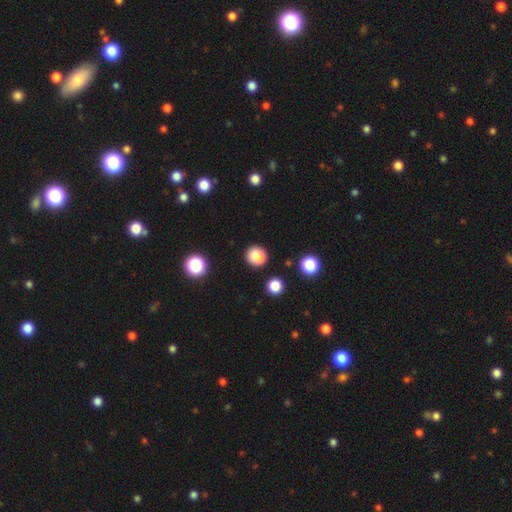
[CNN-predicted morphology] Smooth or featured?
  - smooth: 84% *
  - star or artifact: 11%
  - featured or disk: 5%
How rounded?
  - round: 86% *
  - in between: 13%
  - cigar-shaped: 1%
Merging?
  - none: 87% *
  - minor disturbance: 8%
  - merger: 3%
  - major disturbance: 3%